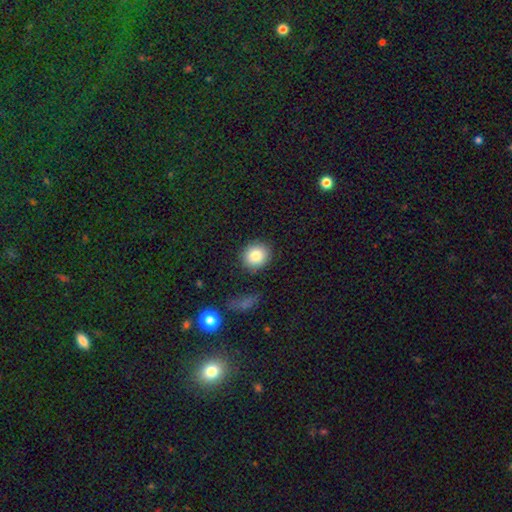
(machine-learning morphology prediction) This appears to be a smooth galaxy with no disk features (84%) that is round (83%). Merging: none (87%).